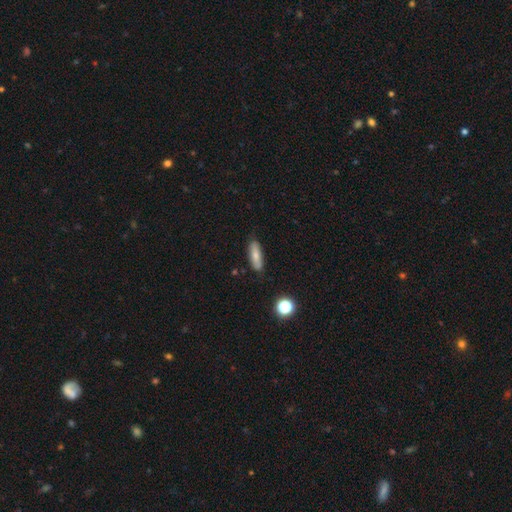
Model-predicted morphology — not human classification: smooth 71%, featured or disk 21%, star or artifact 8%. Down the decision tree: how rounded — cigar-shaped (49%); merging — none (83%).